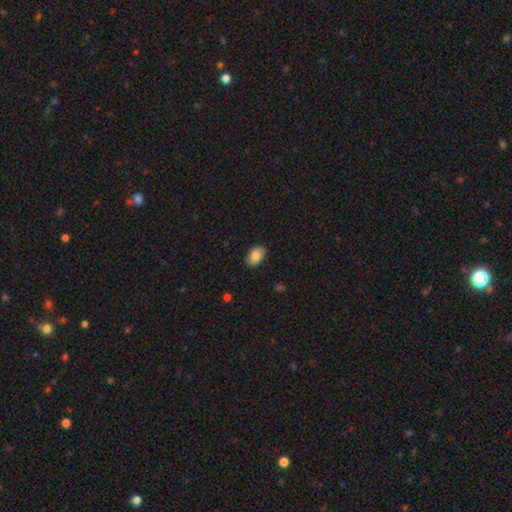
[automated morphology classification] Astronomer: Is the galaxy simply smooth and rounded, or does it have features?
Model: smooth — 86%.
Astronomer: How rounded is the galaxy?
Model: in between — 90%.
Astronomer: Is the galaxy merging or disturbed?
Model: none — 88%.